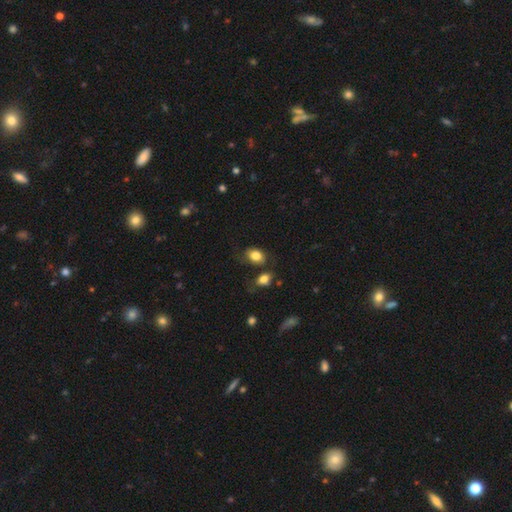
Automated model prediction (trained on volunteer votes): A smooth galaxy with no disk features (82%) that is in between round and cigar-shaped (76%). Merging: none (65%).